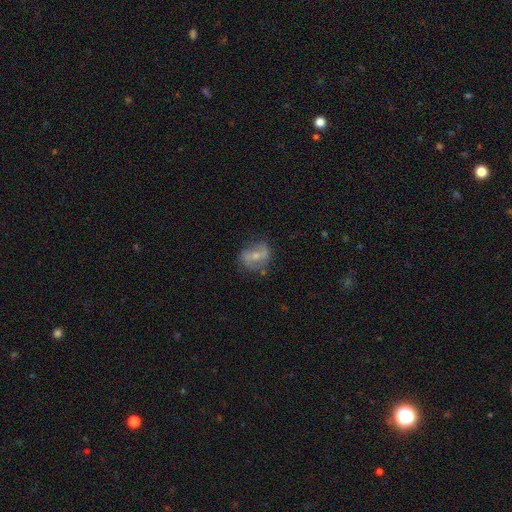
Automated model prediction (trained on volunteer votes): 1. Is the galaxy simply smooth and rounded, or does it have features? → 52% featured or disk, 39% smooth, 9% star or artifact.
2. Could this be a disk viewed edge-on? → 94% no, 6% yes.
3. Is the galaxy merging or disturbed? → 66% none, 21% minor disturbance, 9% major disturbance, 4% merger.